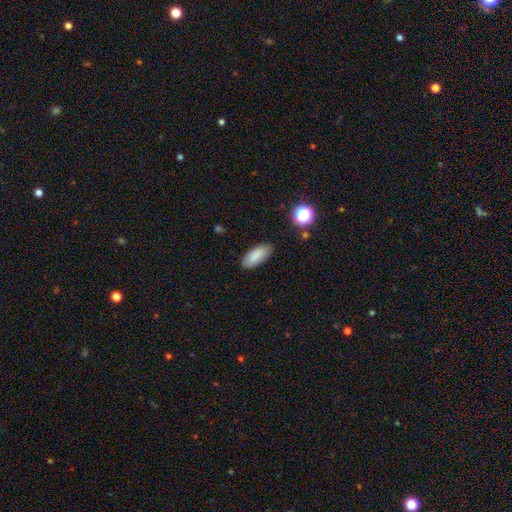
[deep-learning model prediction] The model was most divided on "how rounded": in between: 85%, cigar-shaped: 13%, round: 2%. More confident: smooth or featured — smooth (86%); merging — none (86%).